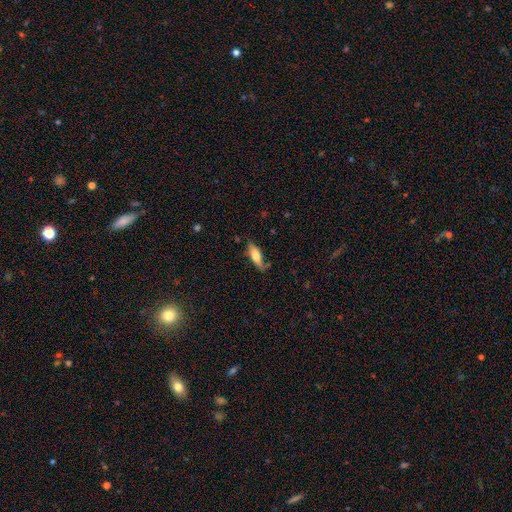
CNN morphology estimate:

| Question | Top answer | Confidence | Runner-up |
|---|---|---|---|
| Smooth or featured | smooth | 63% | featured or disk (31%) |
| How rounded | in between | 51% | cigar-shaped (47%) |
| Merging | none | 69% | minor disturbance (23%) |